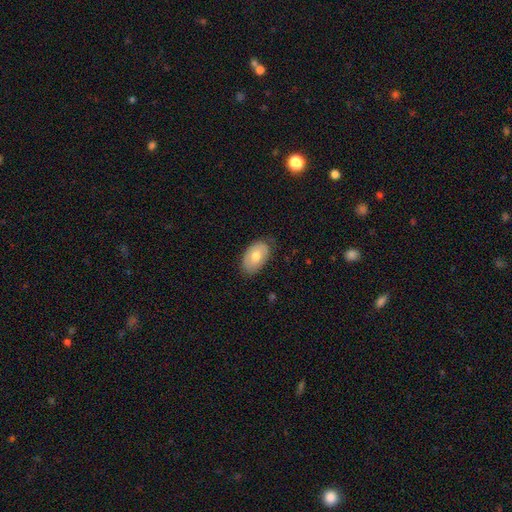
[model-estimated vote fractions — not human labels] Smooth or featured? smooth (67%)
How rounded? in between (91%)
Merging? none (75%)